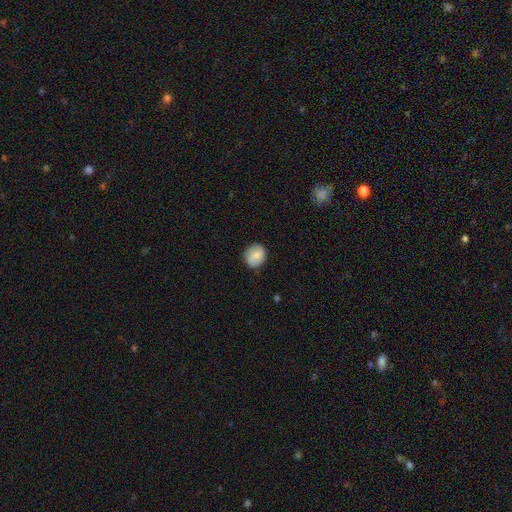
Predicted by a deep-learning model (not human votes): Overall: smooth (75%). How rounded: round (68%; in between 31%). Merging: none (82%).